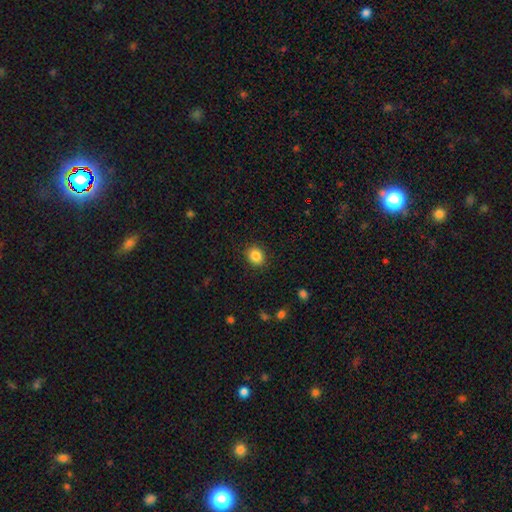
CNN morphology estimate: Overall: smooth (85%). How rounded: round (69%; in between 30%). Merging: none (90%).